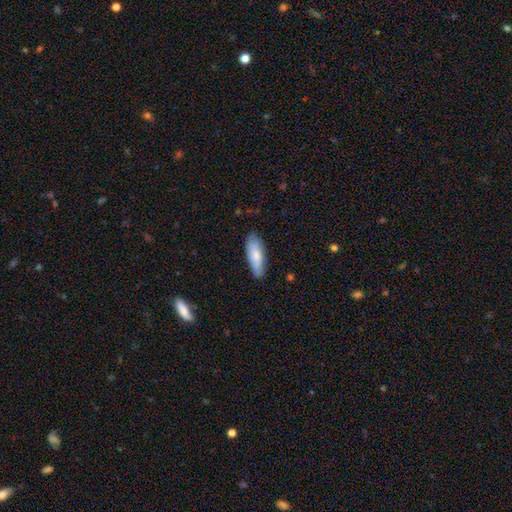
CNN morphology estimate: smooth_or_featured: smooth (p=0.78) [alt: featured or disk p=0.16]
how_rounded: in between (p=0.60) [alt: cigar-shaped p=0.38]
merging: none (p=0.79) [alt: minor disturbance p=0.17]